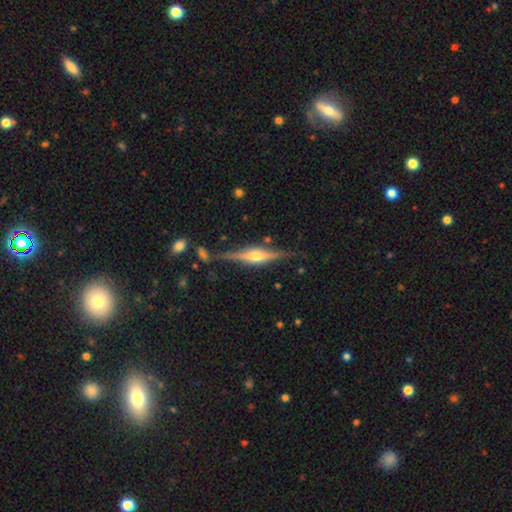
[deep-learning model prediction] smooth-or-featured: featured or disk: 82% | smooth: 12% | star or artifact: 6%
  disk-edge-on: yes: 98% | no: 2%
    edge-on-bulge: rounded: 87% | boxy: 10% | none: 2%
  merging: none: 82% | minor disturbance: 12% | merger: 3% | major disturbance: 3%